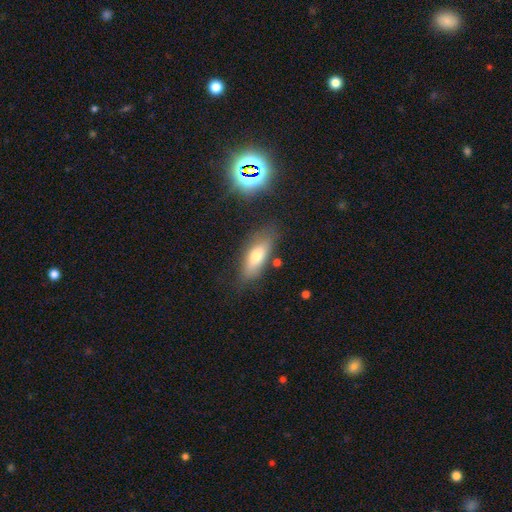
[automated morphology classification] Smooth or featured? smooth (71%)
How rounded? in between (74%)
Merging? none (73%)